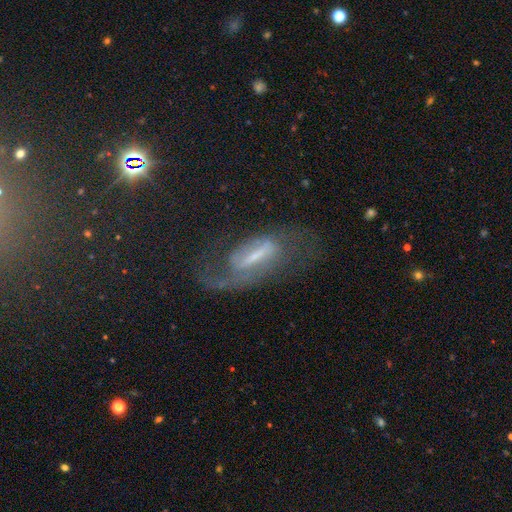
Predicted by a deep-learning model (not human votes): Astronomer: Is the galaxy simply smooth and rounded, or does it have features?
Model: featured or disk — 75%.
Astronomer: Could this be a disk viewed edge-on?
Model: no — 89%.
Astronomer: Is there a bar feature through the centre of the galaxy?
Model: strong — 51% (runner-up: weak, 35%).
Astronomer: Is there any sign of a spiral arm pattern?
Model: yes — 84%.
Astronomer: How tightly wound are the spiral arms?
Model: medium — 42% (runner-up: loose, 37%).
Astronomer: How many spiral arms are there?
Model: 2 — 58%.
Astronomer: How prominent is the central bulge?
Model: small — 48% (runner-up: moderate, 28%).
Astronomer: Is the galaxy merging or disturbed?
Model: none — 51% (runner-up: major disturbance, 29%).